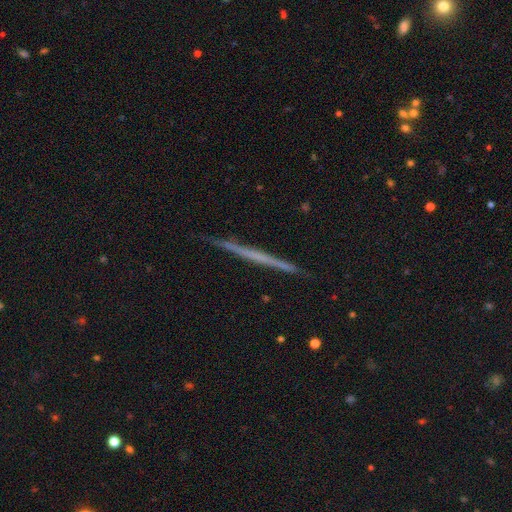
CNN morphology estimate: smooth-or-featured: featured or disk: 58% | smooth: 36% | star or artifact: 6%
  disk-edge-on: yes: 98% | no: 2%
    edge-on-bulge: none: 92% | rounded: 5% | boxy: 3%
  merging: none: 90% | minor disturbance: 7% | major disturbance: 1% | merger: 1%